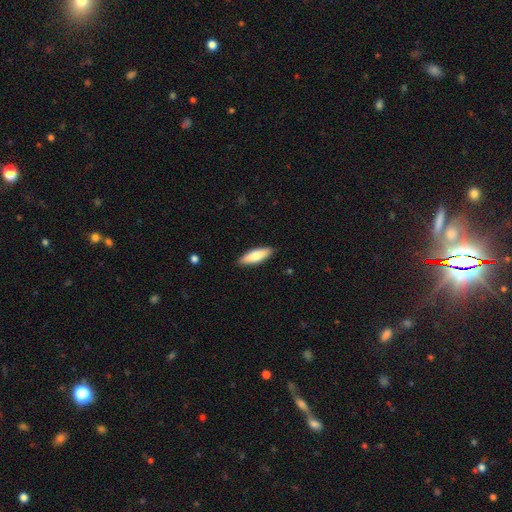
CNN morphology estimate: This appears to be a smooth galaxy with no disk features (77%) that is in between round and cigar-shaped (53%). Merging: none (89%).